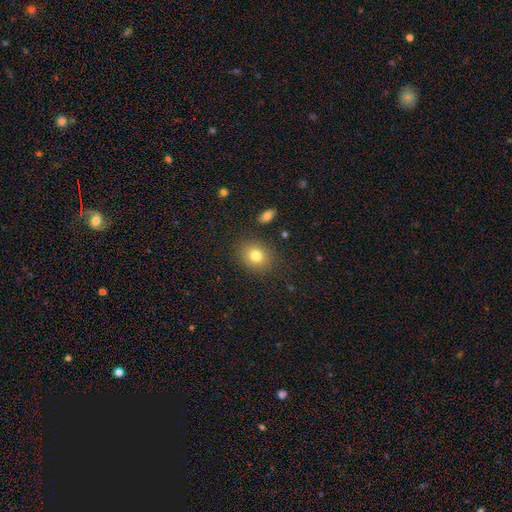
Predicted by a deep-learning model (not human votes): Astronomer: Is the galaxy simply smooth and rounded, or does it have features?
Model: smooth — 80%.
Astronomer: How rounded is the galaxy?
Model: round — 65%.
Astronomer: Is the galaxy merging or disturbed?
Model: none — 86%.